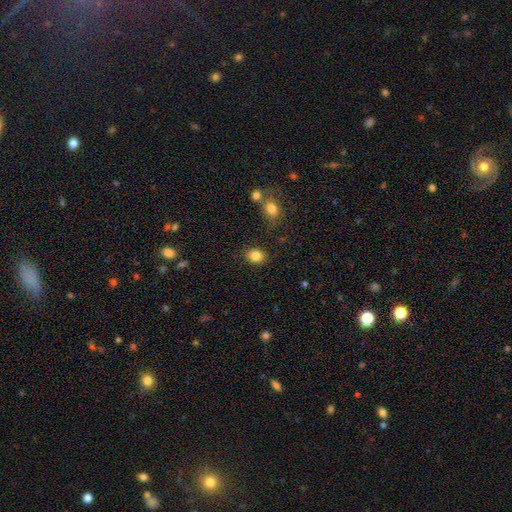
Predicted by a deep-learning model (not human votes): smooth-or-featured: smooth: 84% | star or artifact: 10% | featured or disk: 6%
  how-rounded: in between: 50% | round: 49% | cigar-shaped: 1%
  merging: none: 84% | minor disturbance: 10% | major disturbance: 3% | merger: 3%